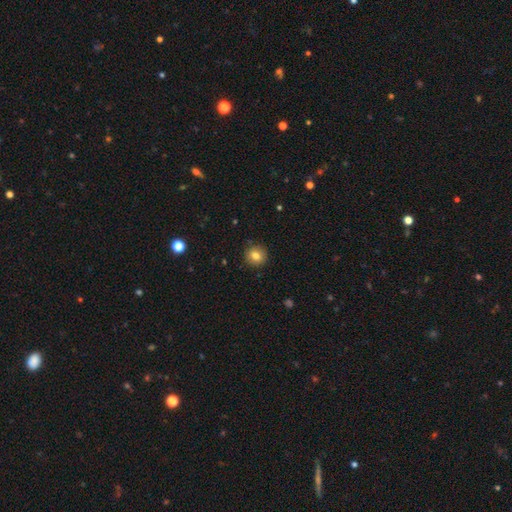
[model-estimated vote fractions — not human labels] This appears to be a smooth galaxy with no disk features (81%) that is round (92%). Merging: none (91%).